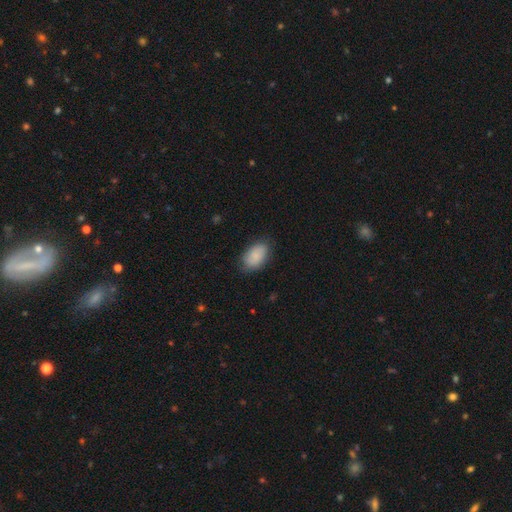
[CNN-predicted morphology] smooth_or_featured: smooth (p=0.88) [alt: star or artifact p=0.06]
how_rounded: in between (p=0.92) [alt: round p=0.06]
merging: none (p=0.79) [alt: minor disturbance p=0.16]